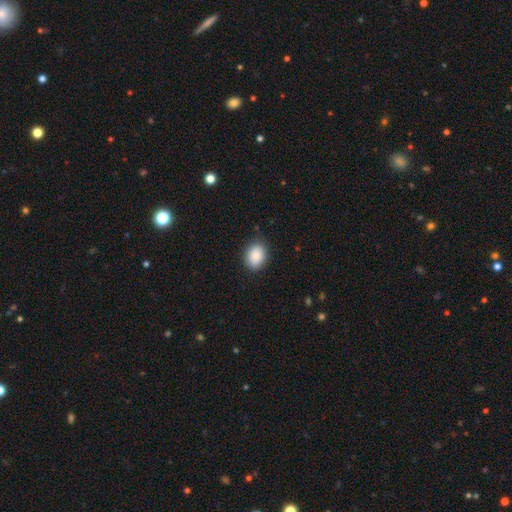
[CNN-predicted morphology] Smooth or featured? Predicted: smooth (p=0.89). How rounded? Predicted: in between (p=0.63). Merging? Predicted: none (p=0.84).